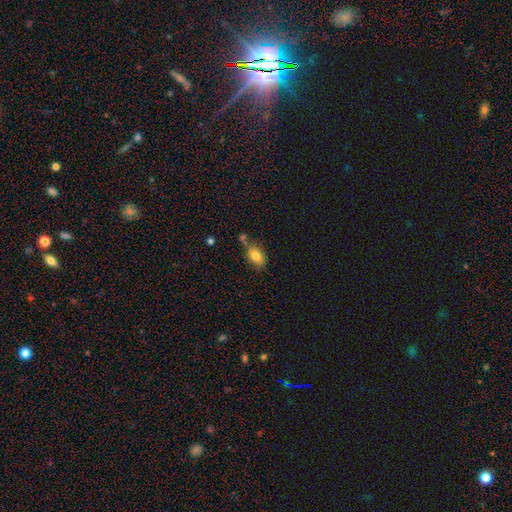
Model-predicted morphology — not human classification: This is clearly a smooth galaxy (81%). How rounded: clearly in between (84%). Merging: likely none (63%).